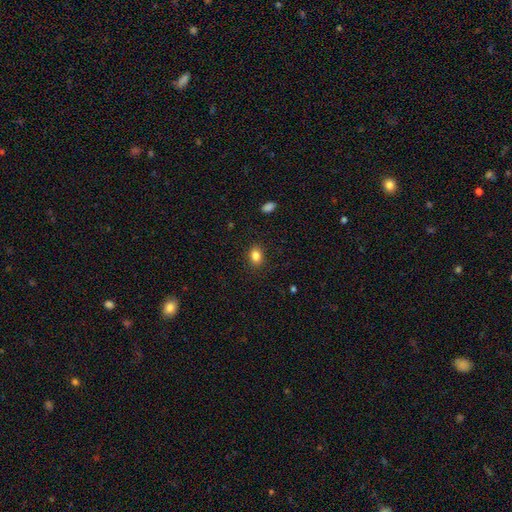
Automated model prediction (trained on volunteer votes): smooth_or_featured: smooth (p=0.85) [alt: star or artifact p=0.10]
how_rounded: in between (p=0.66) [alt: round p=0.33]
merging: none (p=0.88) [alt: minor disturbance p=0.08]